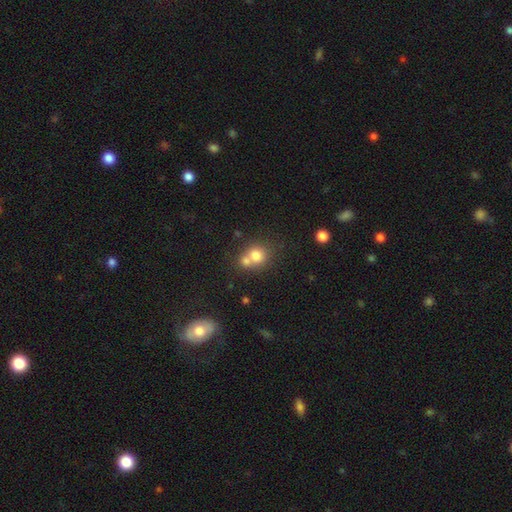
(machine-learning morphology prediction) smooth 75%, featured or disk 13%, star or artifact 12%. Down the decision tree: how rounded — round (80%); merging — merger (50%).